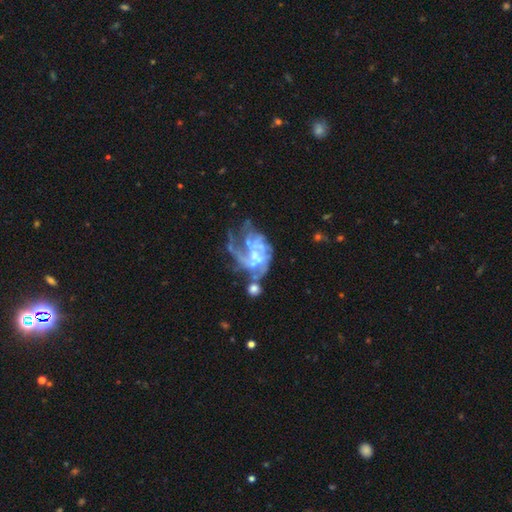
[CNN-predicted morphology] This is likely a featured or disk galaxy (80%). It is clearly not viewed edge-on (98%). Bar: likely no (71%). Spiral arm pattern: likely yes (67%). Spiral arm count: marginally can't tell (43%). Spiral winding: marginally medium (37%). Central bulge: marginally none (39%). Merging: marginally major disturbance (41%).